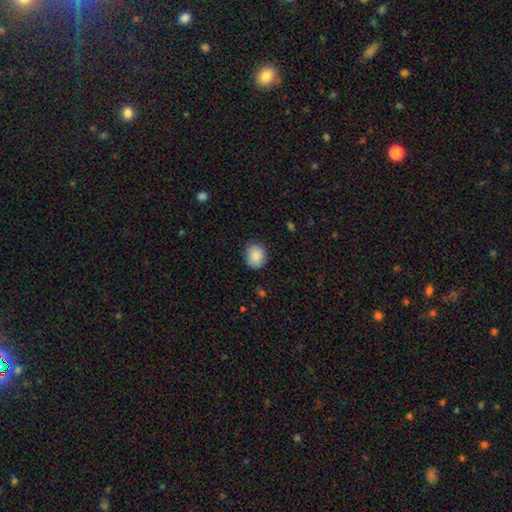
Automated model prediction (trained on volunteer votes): smooth 89%, star or artifact 7%, featured or disk 4%. Down the decision tree: how rounded — round (64%); merging — none (84%).